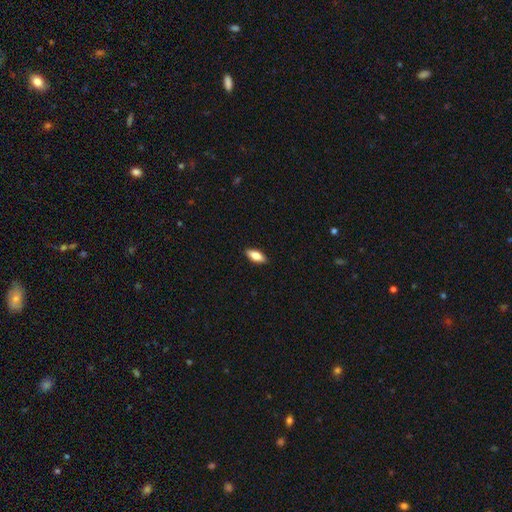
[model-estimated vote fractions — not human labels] Overall: smooth (77%). How rounded: in between (79%). Merging: none (89%).